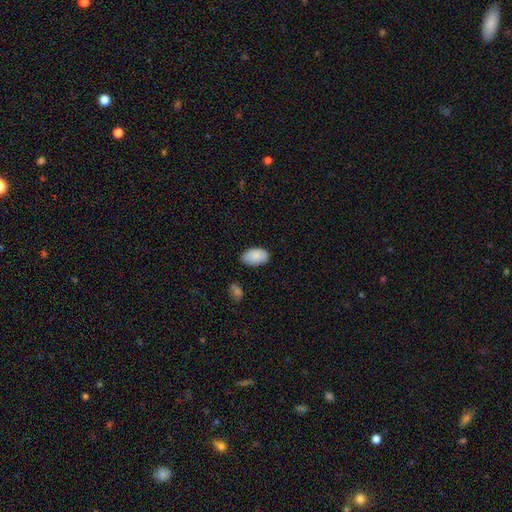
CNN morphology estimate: Smooth or featured? smooth (88%)
How rounded? in between (94%)
Merging? none (76%)